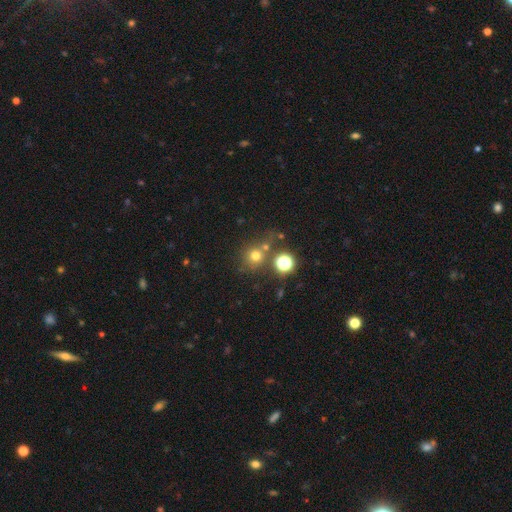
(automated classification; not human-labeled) This appears to be a smooth galaxy with no disk features (69%) that is round (89%). Merging: none (63%).